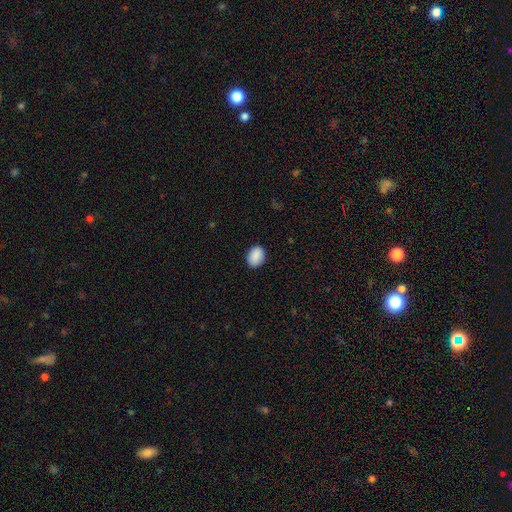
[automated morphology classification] A smooth galaxy with no disk features (90%) that is in between round and cigar-shaped (68%). Merging: none (89%).